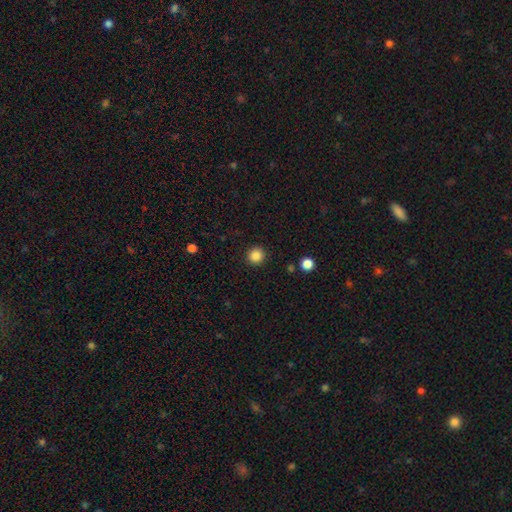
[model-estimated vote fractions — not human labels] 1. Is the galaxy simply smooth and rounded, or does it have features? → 86% smooth, 11% star or artifact, 3% featured or disk.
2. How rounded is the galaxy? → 94% round, 5% in between, 1% cigar-shaped.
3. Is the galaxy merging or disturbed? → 92% none, 5% minor disturbance, 2% major disturbance, 1% merger.